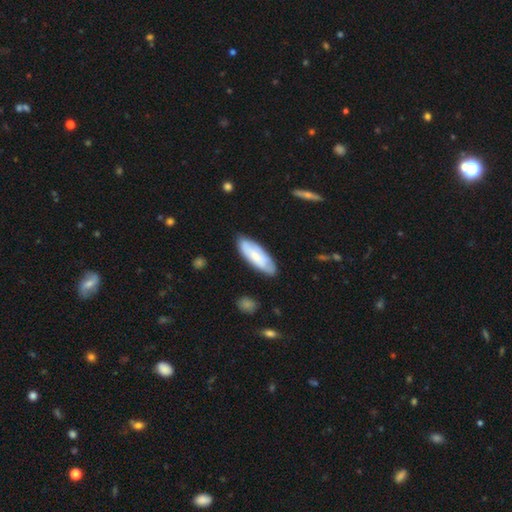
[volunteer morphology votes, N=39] smooth 69%, featured or disk 28%, star or artifact 3%. Down the decision tree: how rounded — in between (63%); merging — none (79%).